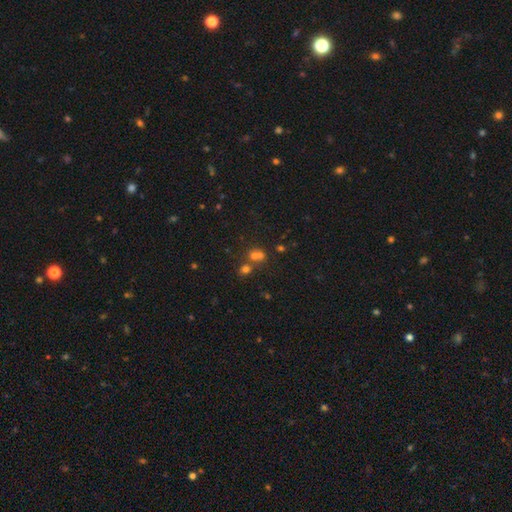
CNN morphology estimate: Smooth or featured: smooth — 54% (star or artifact — 31%)
How rounded: round — 76% (in between — 22%)
Merging: merger — 49% (none — 41%)